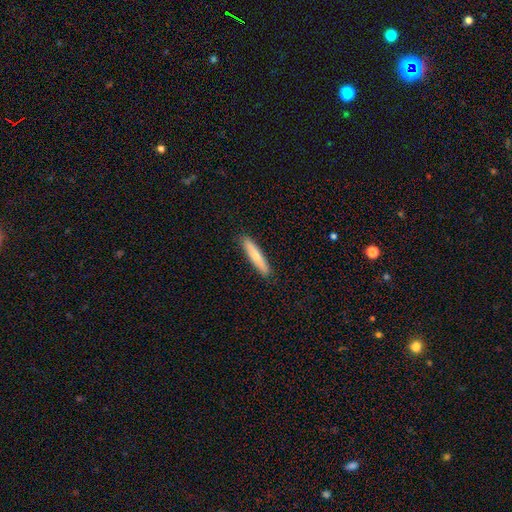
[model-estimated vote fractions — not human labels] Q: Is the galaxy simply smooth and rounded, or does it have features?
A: smooth — 65%.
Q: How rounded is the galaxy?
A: cigar-shaped — 89%.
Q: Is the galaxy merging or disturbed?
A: none — 90%.